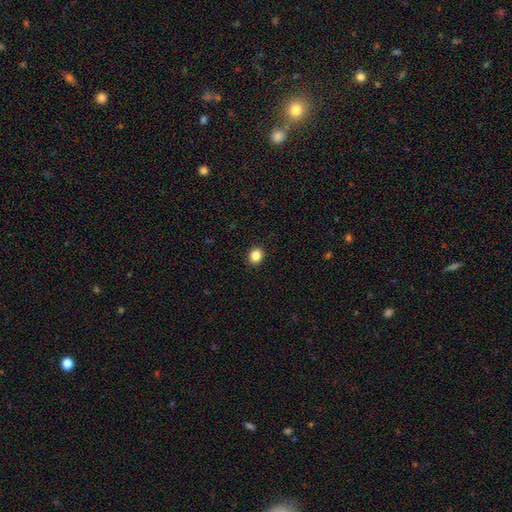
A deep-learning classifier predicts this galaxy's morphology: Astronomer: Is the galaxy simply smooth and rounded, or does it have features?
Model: smooth — 85%.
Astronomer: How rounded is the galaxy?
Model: round — 74%.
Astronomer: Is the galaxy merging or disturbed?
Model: none — 92%.